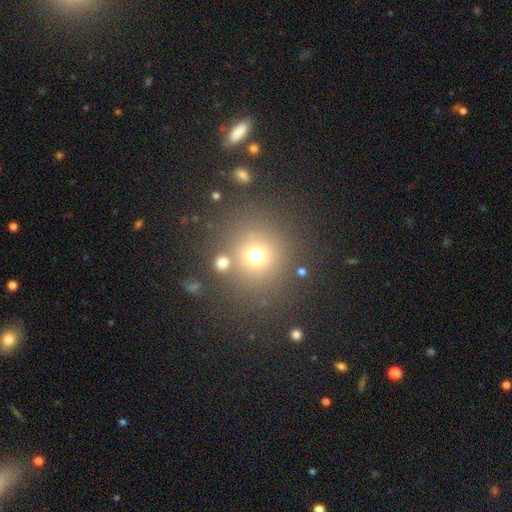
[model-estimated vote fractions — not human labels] Smooth or featured? Predicted: smooth (p=0.68). How rounded? Predicted: round (p=0.88). Merging? Predicted: none (p=0.75).